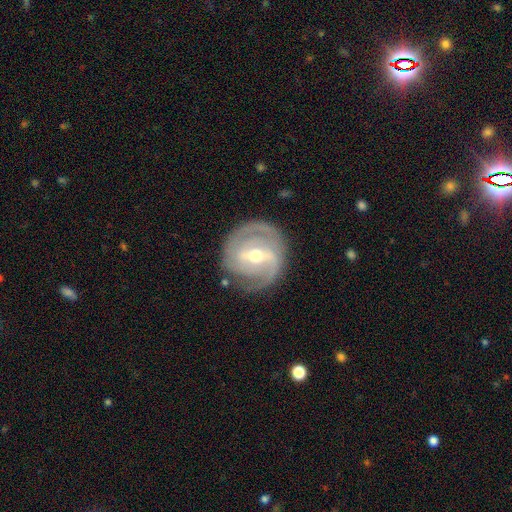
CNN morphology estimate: smooth_or_featured: featured or disk (p=0.85) [alt: smooth p=0.10]
disk_edge_on: no (p=0.97) [alt: yes p=0.03]
bar: weak (p=0.43) [alt: strong p=0.41]
has_spiral_arms: yes (p=0.92) [alt: no p=0.08]
spiral_winding: tight (p=0.49) [alt: medium p=0.38]
spiral_arm_count: 2 (p=0.60) [alt: can't tell p=0.15]
bulge_size: moderate (p=0.63) [alt: small p=0.32]
merging: none (p=0.77) [alt: minor disturbance p=0.15]